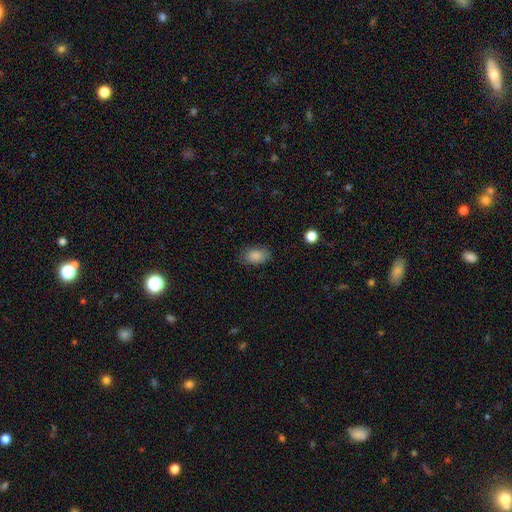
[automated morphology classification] The model was most divided on "merging": none: 80%, minor disturbance: 15%, major disturbance: 4%, merger: 1%. More confident: how rounded — in between (87%); smooth or featured — smooth (86%).